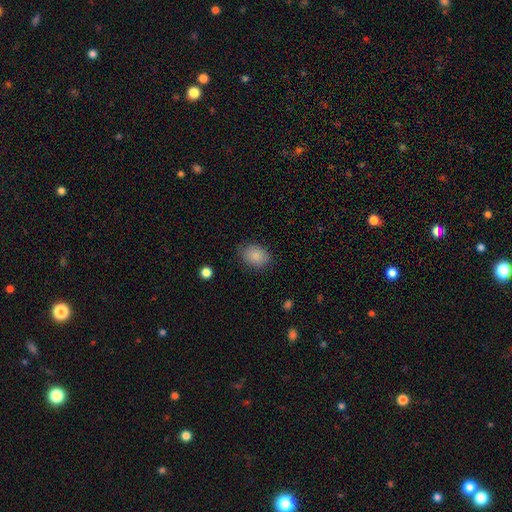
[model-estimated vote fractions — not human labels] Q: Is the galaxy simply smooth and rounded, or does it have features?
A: smooth — 87%.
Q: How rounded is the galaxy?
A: in between — 65%.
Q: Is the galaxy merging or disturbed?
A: none — 81%.